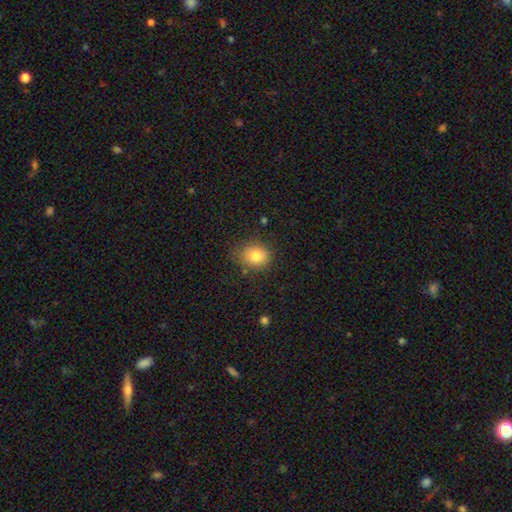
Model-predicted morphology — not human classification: Overall: smooth (82%). How rounded: round (59%; in between 40%). Merging: none (75%).